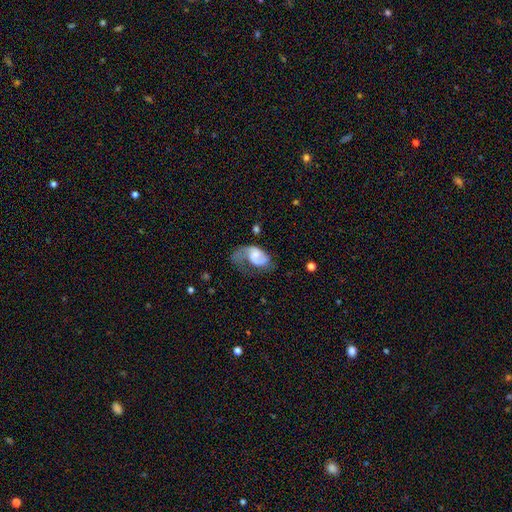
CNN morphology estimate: Overall: featured or disk (68%). Edge-on disk: no (97%). Bar: no (56%; weak 36%). Spiral arms: yes (87%). Spiral arm count: 1 (50%; 2 40%). Spiral winding: medium (40%; loose 38%). Bulge size: moderate (37%; small 35%). Merging: major disturbance (47%; none 27%).